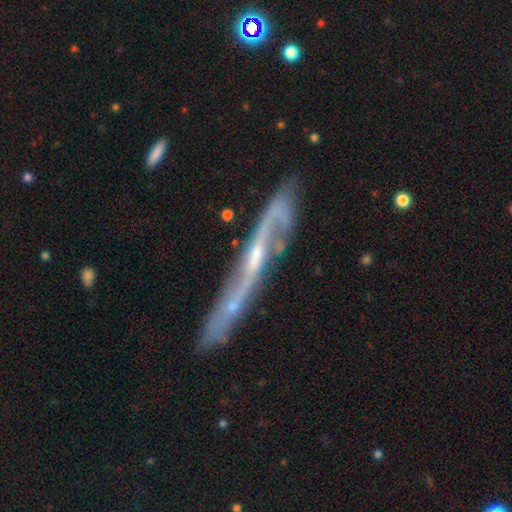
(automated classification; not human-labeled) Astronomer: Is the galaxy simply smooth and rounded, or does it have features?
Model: featured or disk — 72%.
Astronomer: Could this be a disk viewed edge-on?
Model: yes — 70%.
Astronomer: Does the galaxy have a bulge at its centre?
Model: none — 51% (runner-up: rounded, 41%).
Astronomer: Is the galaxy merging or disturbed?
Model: none — 64%.